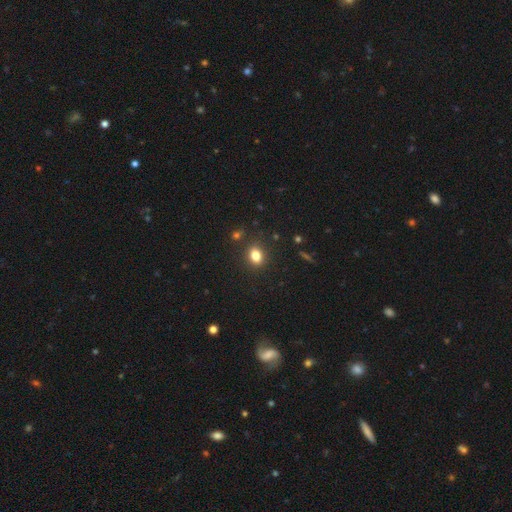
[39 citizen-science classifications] Smooth or featured?
  - smooth: 92% *
  - star or artifact: 5%
  - featured or disk: 3%
How rounded?
  - in between: 67% *
  - round: 33%
  - cigar-shaped: 0%
Merging?
  - none: 89% *
  - minor disturbance: 8%
  - merger: 3%
  - major disturbance: 0%